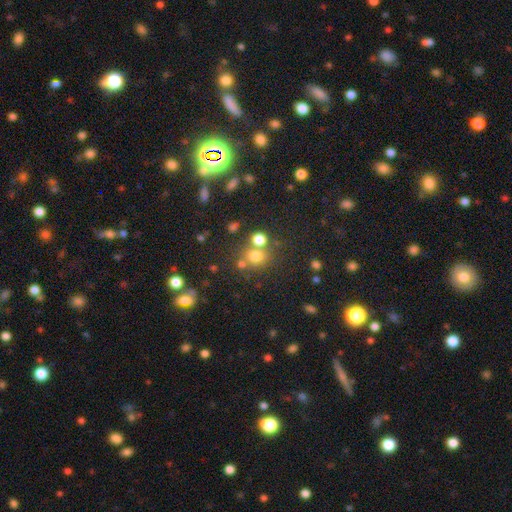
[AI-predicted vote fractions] Q: Smooth or featured?
A: smooth (71%); runner-up: star or artifact (19%)
Q: How rounded?
A: round (77%); runner-up: in between (22%)
Q: Merging?
A: none (60%); runner-up: merger (25%)